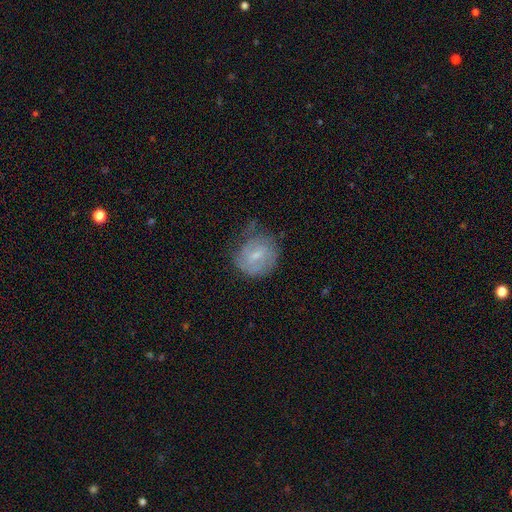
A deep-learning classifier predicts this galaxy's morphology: Overall: featured or disk (50%; smooth 43%). Merging: none (53%; minor disturbance 31%).